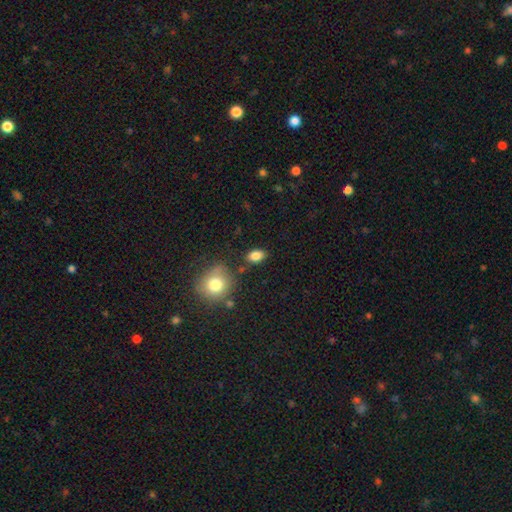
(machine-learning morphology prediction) Smooth or featured: smooth — 85% (star or artifact — 9%)
How rounded: in between — 82% (round — 16%)
Merging: none — 80% (minor disturbance — 12%)